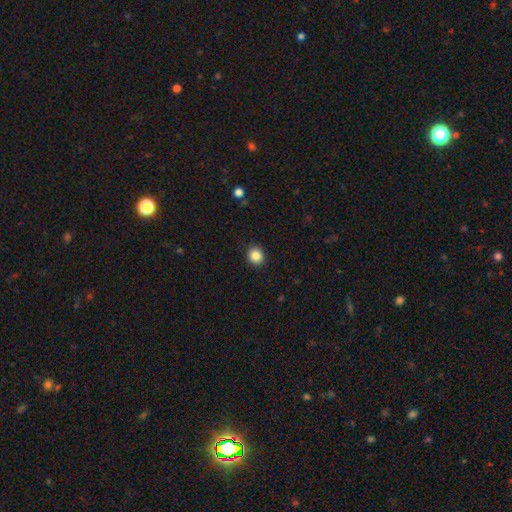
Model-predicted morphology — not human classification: smooth-or-featured: smooth: 86% | star or artifact: 10% | featured or disk: 4%
  how-rounded: round: 86% | in between: 13% | cigar-shaped: 1%
  merging: none: 92% | minor disturbance: 6% | major disturbance: 2% | merger: 1%